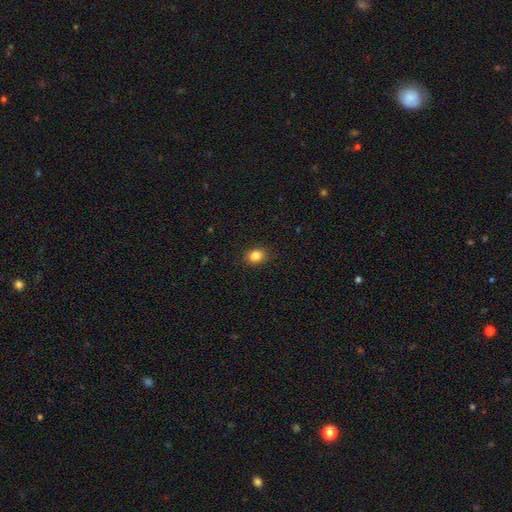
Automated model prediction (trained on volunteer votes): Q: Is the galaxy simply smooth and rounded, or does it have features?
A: smooth — 84%.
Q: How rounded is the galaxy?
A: round — 51%.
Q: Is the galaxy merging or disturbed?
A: none — 89%.